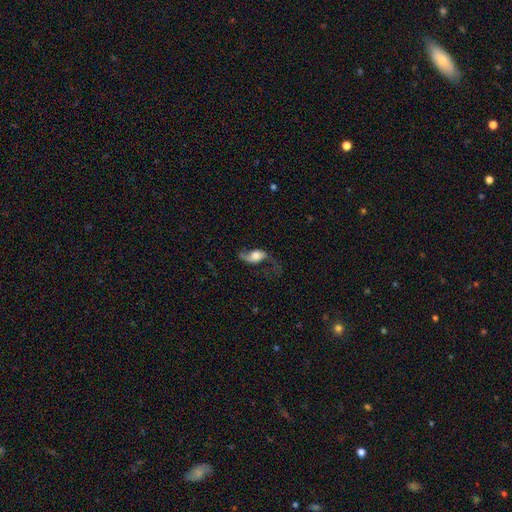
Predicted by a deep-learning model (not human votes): Smooth or featured? featured or disk (64%)
Edge-on disk? no (92%)
Bar? no (64%)
Spiral arms? yes (89%)
Spiral winding? loose (82%)
Spiral arm count? 2 (82%)
Bulge size? large (39%)
Merging? none (46%)